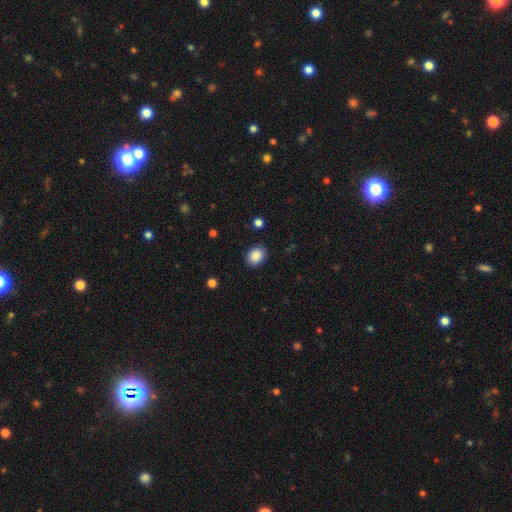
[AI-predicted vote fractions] Smooth or featured: smooth — 88% (star or artifact — 8%)
How rounded: round — 50% (in between — 49%)
Merging: none — 87% (minor disturbance — 9%)